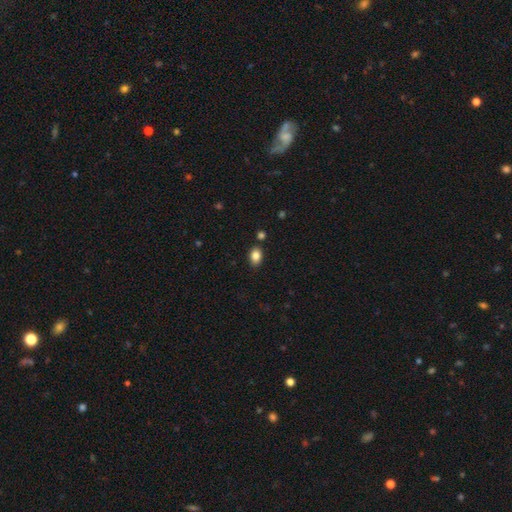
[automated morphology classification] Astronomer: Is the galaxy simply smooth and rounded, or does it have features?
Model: smooth — 85%.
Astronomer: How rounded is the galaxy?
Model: in between — 80%.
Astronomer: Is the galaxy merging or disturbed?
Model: none — 83%.